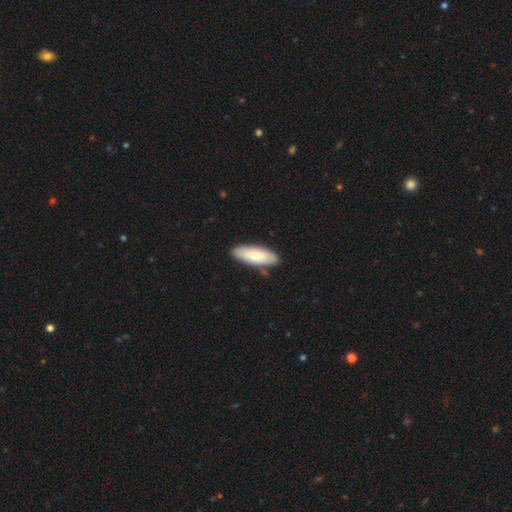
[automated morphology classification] This is likely a smooth galaxy (80%). How rounded: likely in between (68%). Merging: clearly none (85%).